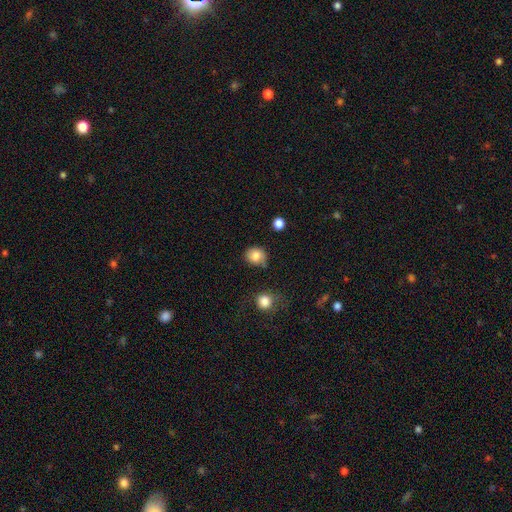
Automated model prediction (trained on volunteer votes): Morphology: type=smooth (84%); roundness=round (72%); merging=none (74%).